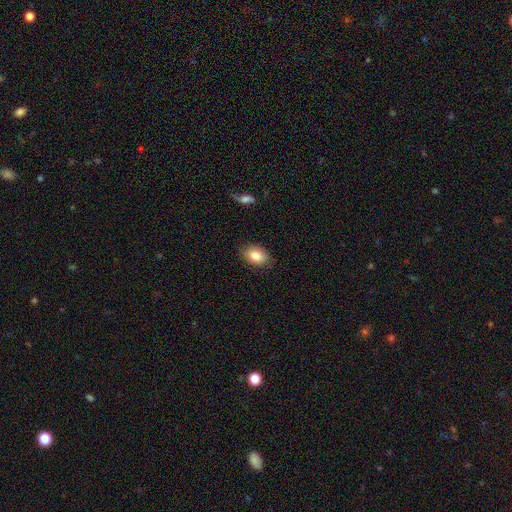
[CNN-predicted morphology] smooth 84%, featured or disk 8%, star or artifact 8%. Down the decision tree: how rounded — in between (82%); merging — none (84%).